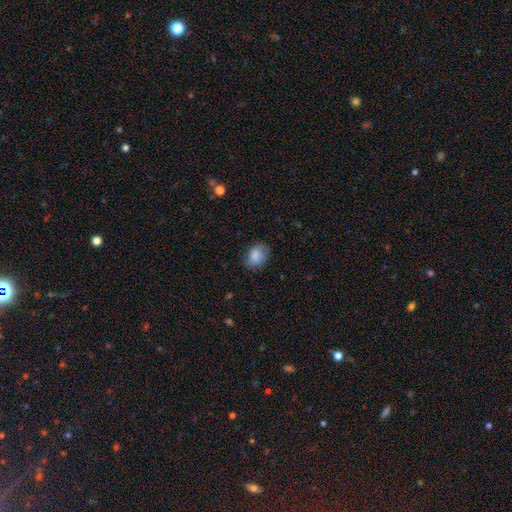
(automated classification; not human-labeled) smooth-or-featured: smooth: 82% | featured or disk: 10% | star or artifact: 8%
  how-rounded: in between: 64% | round: 35% | cigar-shaped: 1%
  merging: none: 72% | minor disturbance: 22% | major disturbance: 5% | merger: 1%